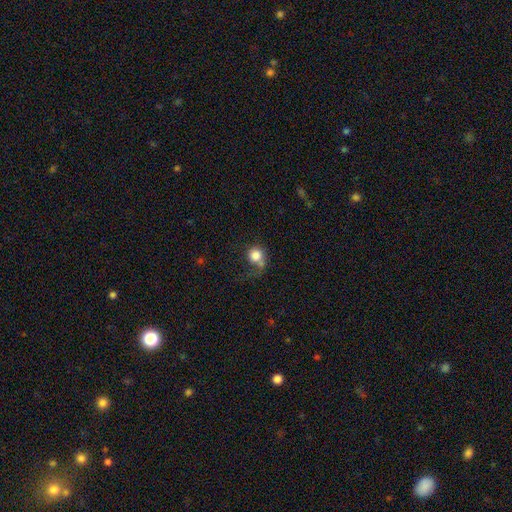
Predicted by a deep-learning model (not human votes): Smooth or featured? Predicted: smooth (p=0.81). How rounded? Predicted: round (p=0.85). Merging? Predicted: none (p=0.41).